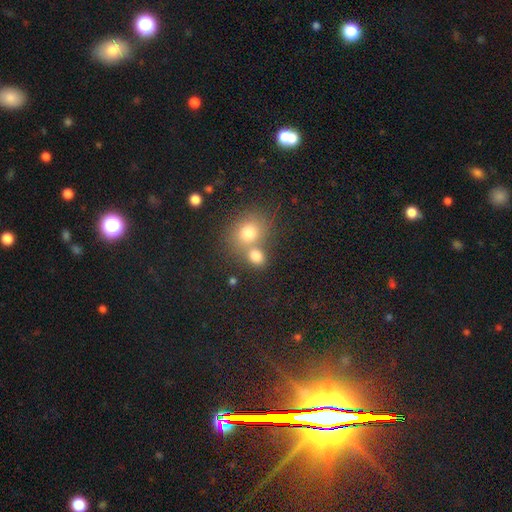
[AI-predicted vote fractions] Smooth or featured: smooth — 77% (star or artifact — 13%)
How rounded: round — 56% (in between — 42%)
Merging: merger — 46% (none — 43%)